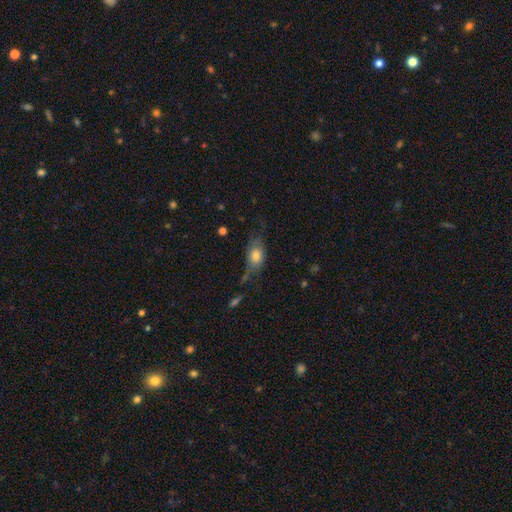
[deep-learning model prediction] smooth_or_featured: smooth (p=0.71) [alt: featured or disk p=0.21]
how_rounded: in between (p=0.80) [alt: round p=0.13]
merging: none (p=0.50) [alt: minor disturbance p=0.29]